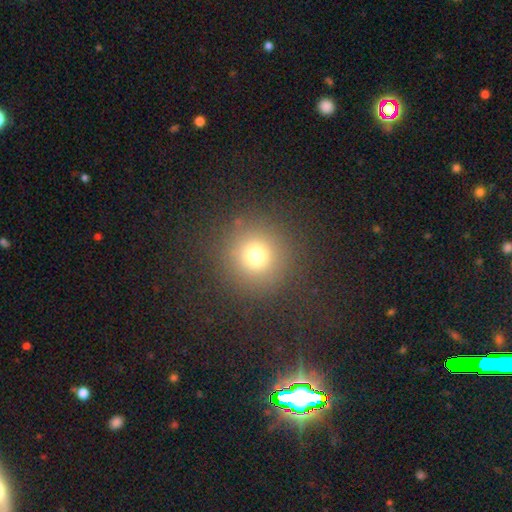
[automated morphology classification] Smooth or featured? smooth (72%)
How rounded? round (95%)
Merging? none (87%)